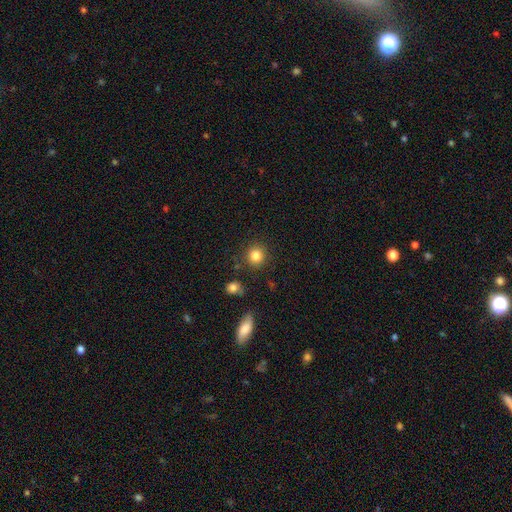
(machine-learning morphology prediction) type=smooth (84%); roundness=round (91%); merging=none (86%).